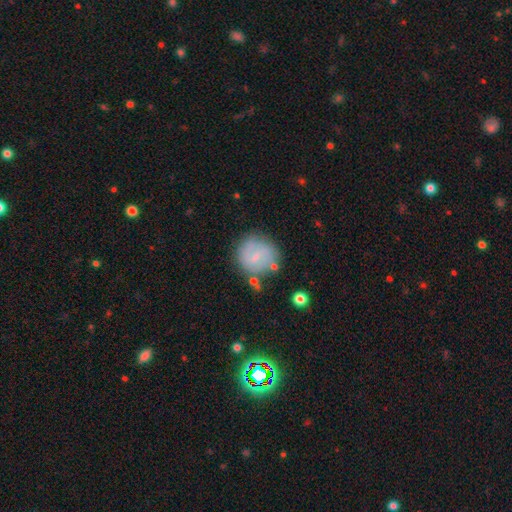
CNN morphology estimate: A featured or disk galaxy (49%).

Vote fractions:
- Smooth or featured? featured or disk: 49% / smooth: 44% / star or artifact: 8%
- Merging? none: 70% / minor disturbance: 17% / major disturbance: 7% / merger: 6%